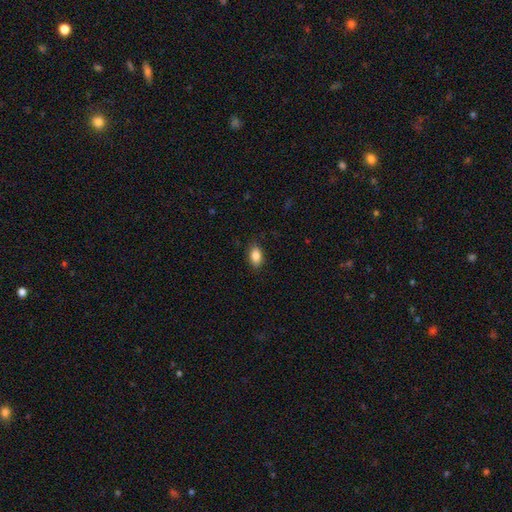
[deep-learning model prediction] smooth-or-featured: smooth: 85% | star or artifact: 8% | featured or disk: 7%
  how-rounded: in between: 89% | round: 8% | cigar-shaped: 2%
  merging: none: 87% | minor disturbance: 10% | major disturbance: 2% | merger: 1%